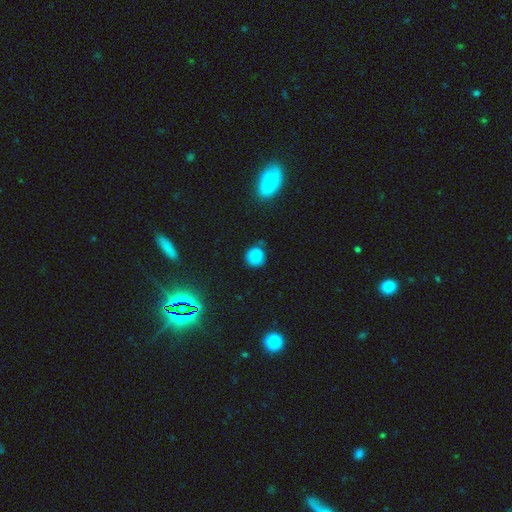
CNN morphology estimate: Q: Smooth or featured?
A: smooth (82%); runner-up: star or artifact (13%)
Q: How rounded?
A: round (90%); runner-up: in between (9%)
Q: Merging?
A: none (76%); runner-up: minor disturbance (16%)